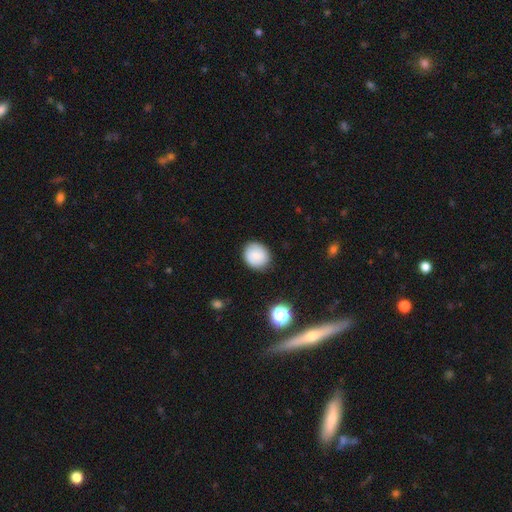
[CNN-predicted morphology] The model was most divided on "how rounded": round: 72%, in between: 27%, cigar-shaped: 1%. More confident: merging — none (86%); smooth or featured — smooth (76%).